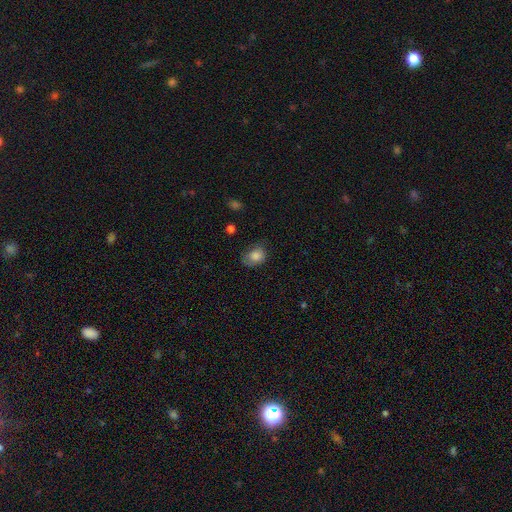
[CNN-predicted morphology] This is clearly a smooth galaxy (82%). How rounded: likely in between (61%). Merging: possibly none (56%).